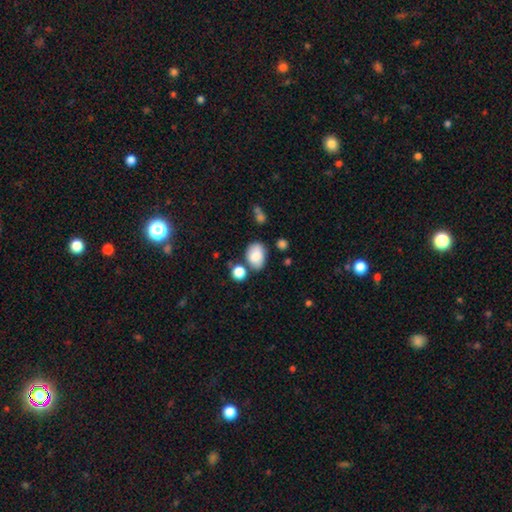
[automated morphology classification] The model was most divided on "merging": none: 63%, minor disturbance: 19%, merger: 12%, major disturbance: 5%. More confident: smooth or featured — smooth (81%); how rounded — in between (79%).